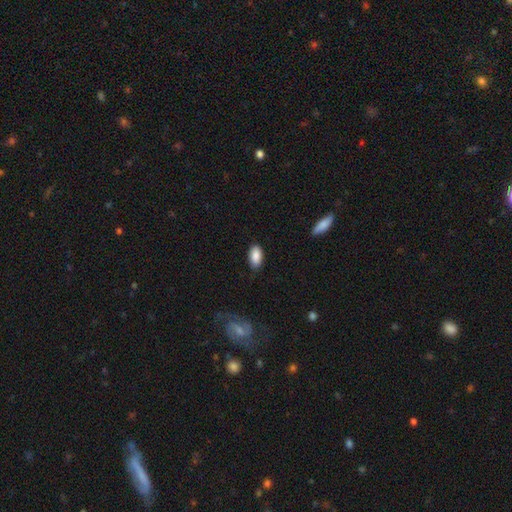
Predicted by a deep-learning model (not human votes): Smooth or featured? smooth (89%)
How rounded? in between (94%)
Merging? none (82%)